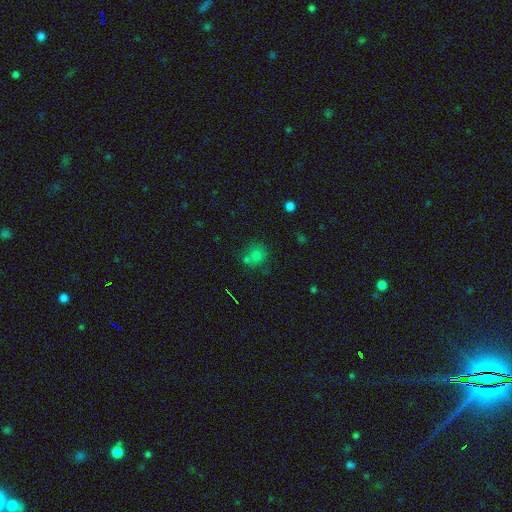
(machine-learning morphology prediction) smooth 66%, star or artifact 25%, featured or disk 10%. Down the decision tree: how rounded — round (84%); merging — none (63%).